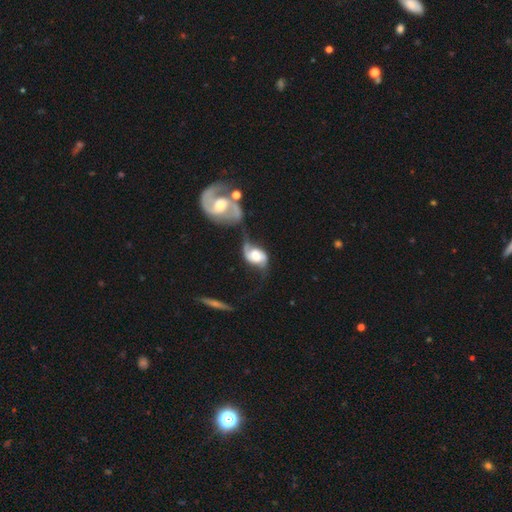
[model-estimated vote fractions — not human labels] Smooth or featured: featured or disk — 75% (smooth — 18%)
Edge-on disk: no — 96% (yes — 4%)
Bar: no — 49% (weak — 38%)
Spiral arms: yes — 90% (no — 10%)
Spiral winding: loose — 52% (medium — 35%)
Spiral arm count: 2 — 86% (1 — 6%)
Bulge size: large — 43% (moderate — 30%)
Merging: merger — 37% (none — 27%)